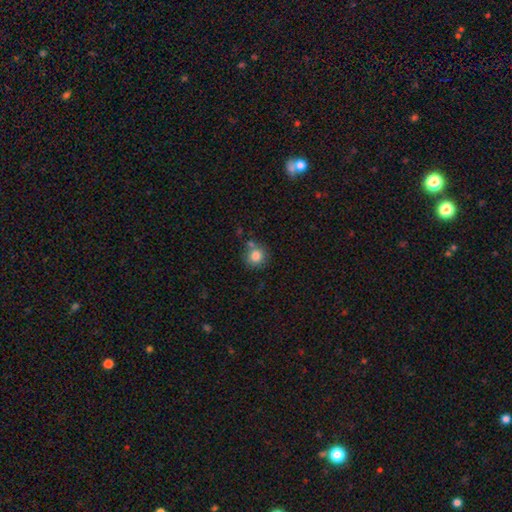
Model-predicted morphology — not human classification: Overall: smooth (82%). How rounded: round (92%). Merging: none (70%).